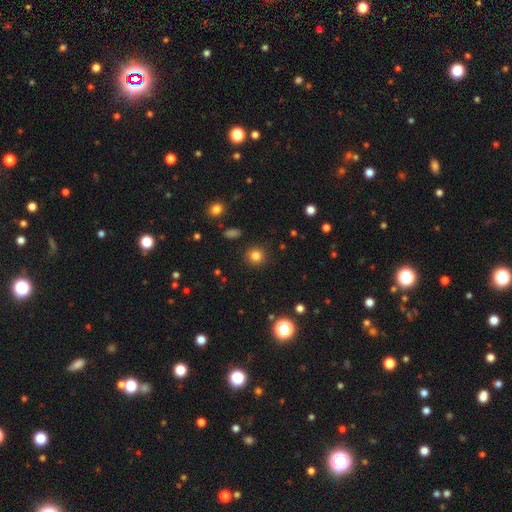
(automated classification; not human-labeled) smooth_or_featured: smooth (p=0.81) [alt: star or artifact p=0.13]
how_rounded: round (p=0.91) [alt: in between p=0.08]
merging: none (p=0.90) [alt: minor disturbance p=0.06]